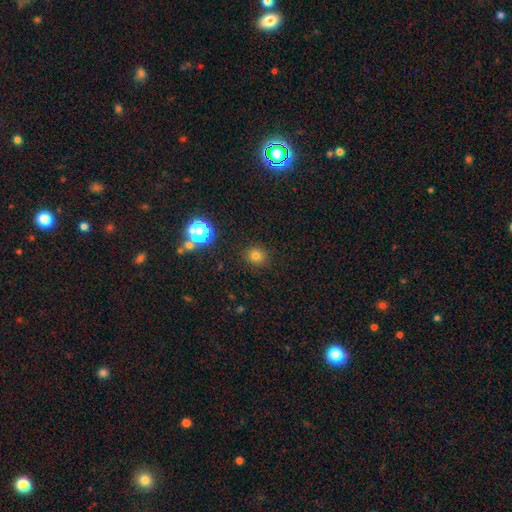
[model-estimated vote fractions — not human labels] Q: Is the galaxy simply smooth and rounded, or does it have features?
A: smooth — 77%.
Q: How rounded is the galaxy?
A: round — 84%.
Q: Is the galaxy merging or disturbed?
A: none — 88%.